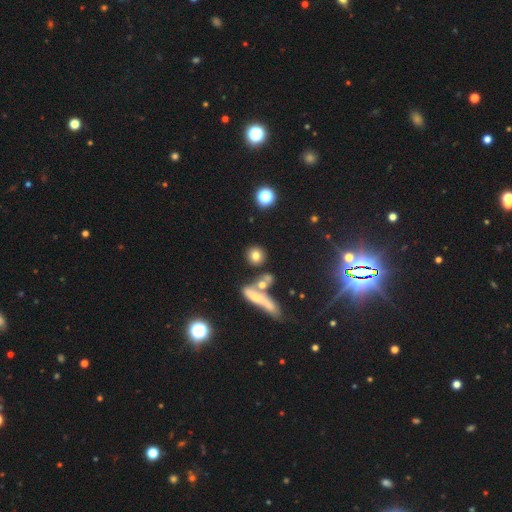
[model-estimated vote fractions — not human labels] Q: Smooth or featured?
A: smooth (75%); runner-up: star or artifact (13%)
Q: How rounded?
A: round (82%); runner-up: in between (14%)
Q: Merging?
A: none (75%); runner-up: merger (13%)